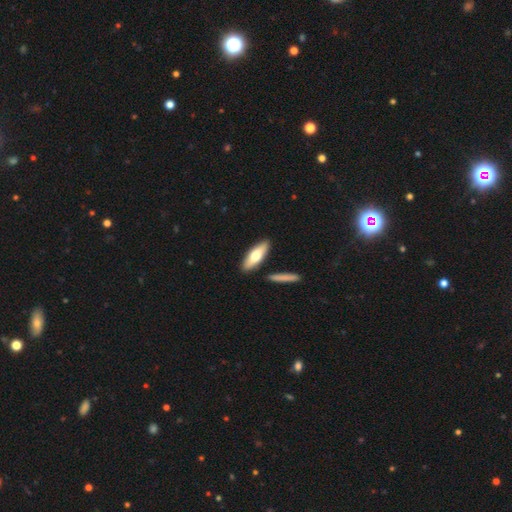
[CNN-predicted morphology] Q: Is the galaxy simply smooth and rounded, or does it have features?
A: smooth — 69%.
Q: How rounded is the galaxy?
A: in between — 57%.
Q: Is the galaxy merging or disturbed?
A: none — 85%.